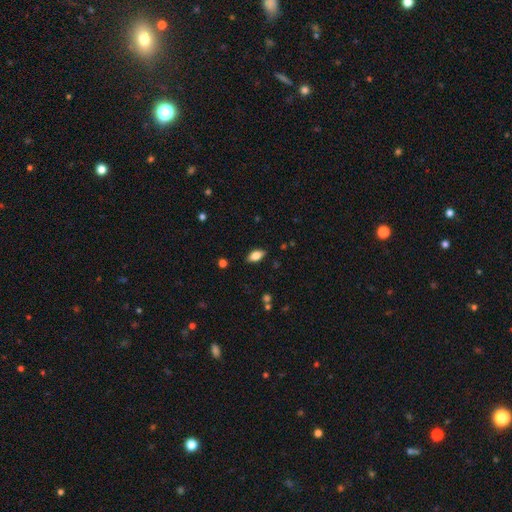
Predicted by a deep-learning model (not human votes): Overall: smooth (77%). How rounded: in between (88%). Merging: none (86%).